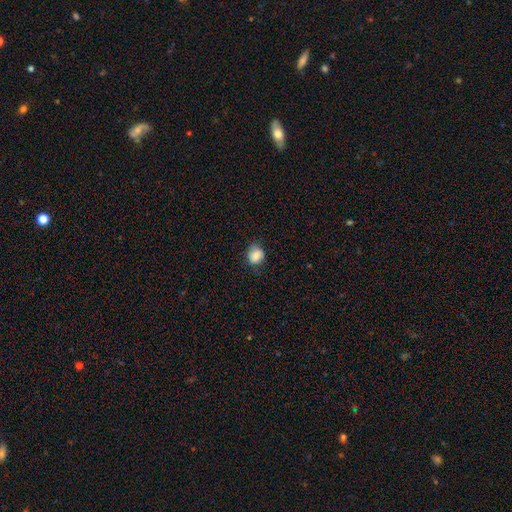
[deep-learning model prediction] Smooth or featured?
  - smooth: 83% *
  - star or artifact: 9%
  - featured or disk: 8%
How rounded?
  - round: 51% *
  - in between: 48%
  - cigar-shaped: 1%
Merging?
  - none: 68% *
  - minor disturbance: 25%
  - major disturbance: 6%
  - merger: 1%